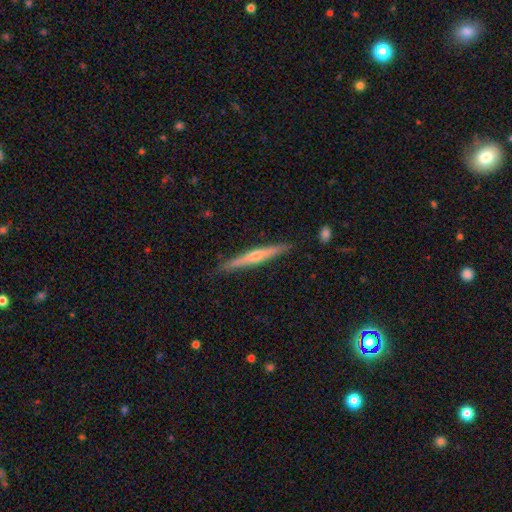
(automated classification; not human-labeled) A featured or disk galaxy (64%) viewed edge-on (97%) with a rounded central bulge (75%).

Vote fractions:
- Smooth or featured? featured or disk: 64% / smooth: 30% / star or artifact: 6%
- Edge-on disk? yes: 97% / no: 3%
- Edge-on bulge? rounded: 75% / none: 20% / boxy: 5%
- Merging? none: 88% / minor disturbance: 9% / major disturbance: 2% / merger: 1%